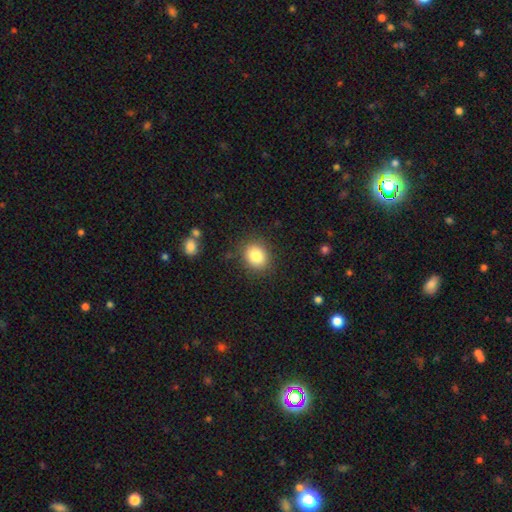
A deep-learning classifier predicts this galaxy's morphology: The model was most divided on "how rounded": round: 63%, in between: 36%, cigar-shaped: 1%. More confident: merging — none (86%); smooth or featured — smooth (83%).